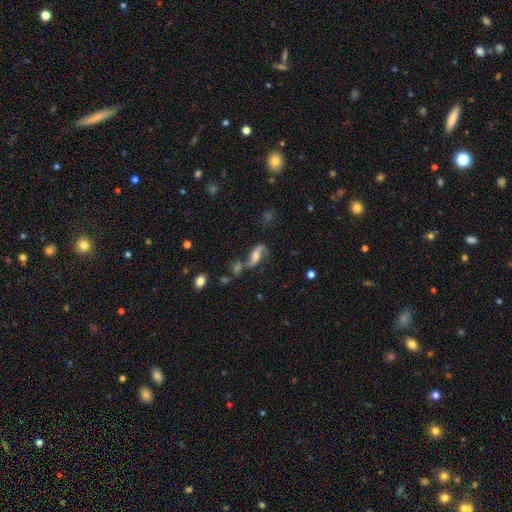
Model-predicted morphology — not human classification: The model was most divided on "bulge size": moderate: 35%, small: 22%, large: 21%, none: 18%, dominant: 4%. Remaining: edge-on disk — no (89%); spiral arms — yes (89%); spiral arm count — 2 (86%); spiral winding — loose (78%); smooth or featured — featured or disk (64%); bar — no (49%); merging — none (44%).